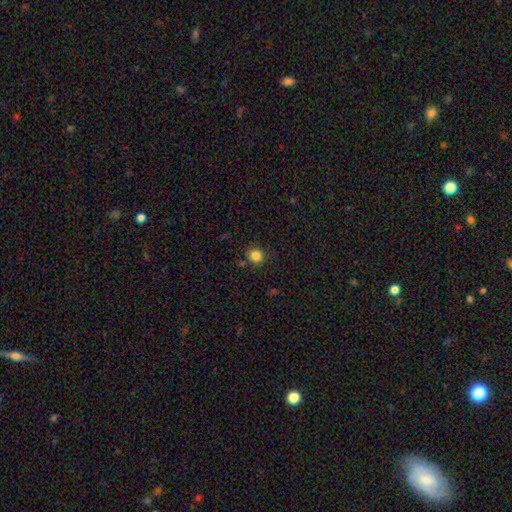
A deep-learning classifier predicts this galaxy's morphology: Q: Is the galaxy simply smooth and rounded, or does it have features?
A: smooth — 83%.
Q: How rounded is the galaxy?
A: round — 88%.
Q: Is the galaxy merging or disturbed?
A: none — 88%.